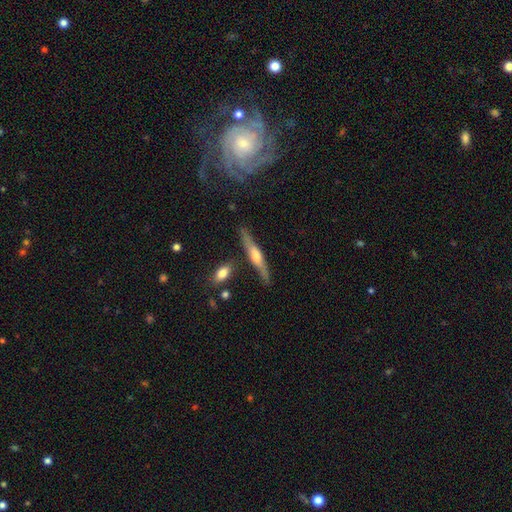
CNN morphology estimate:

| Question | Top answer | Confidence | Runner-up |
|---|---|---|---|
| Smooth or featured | featured or disk | 61% | smooth (32%) |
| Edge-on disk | yes | 92% | no (8%) |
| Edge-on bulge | rounded | 75% | boxy (15%) |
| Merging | none | 78% | minor disturbance (14%) |